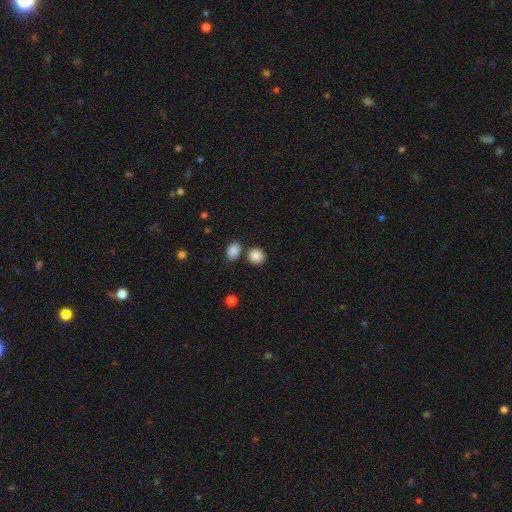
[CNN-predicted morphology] This is clearly a smooth galaxy (87%). How rounded: likely round (77%). Merging: likely none (73%).